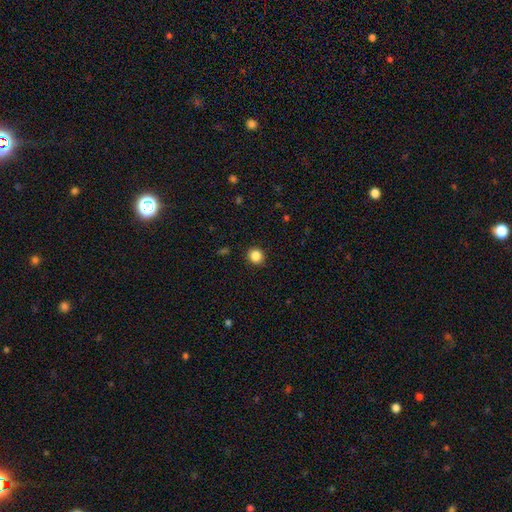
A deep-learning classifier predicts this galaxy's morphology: Smooth or featured? smooth (86%)
How rounded? round (84%)
Merging? none (90%)